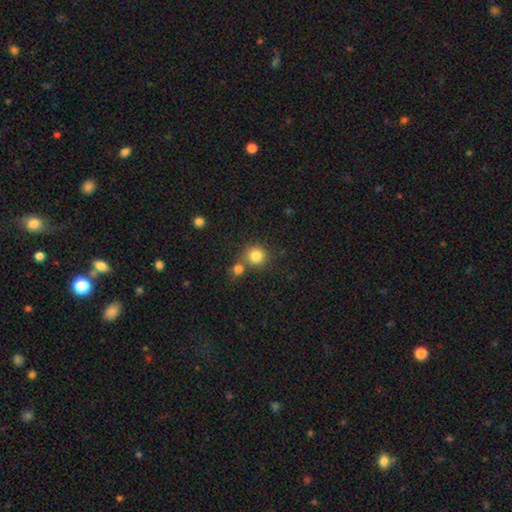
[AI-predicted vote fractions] This is clearly a smooth galaxy (82%). How rounded: clearly round (91%). Merging: likely none (62%).